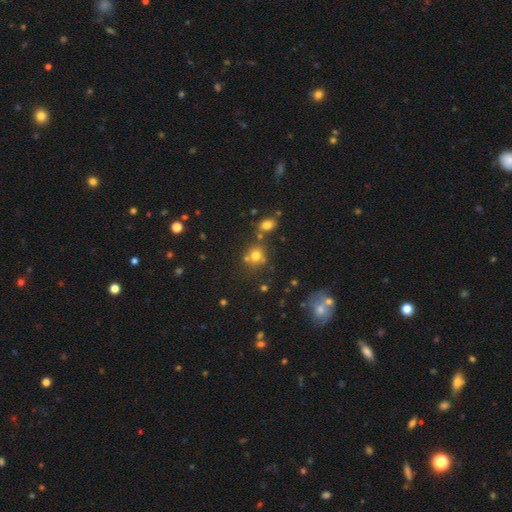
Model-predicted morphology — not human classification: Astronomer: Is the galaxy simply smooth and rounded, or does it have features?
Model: smooth — 69%.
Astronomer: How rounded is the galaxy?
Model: round — 81%.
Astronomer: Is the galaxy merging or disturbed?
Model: none — 62%.